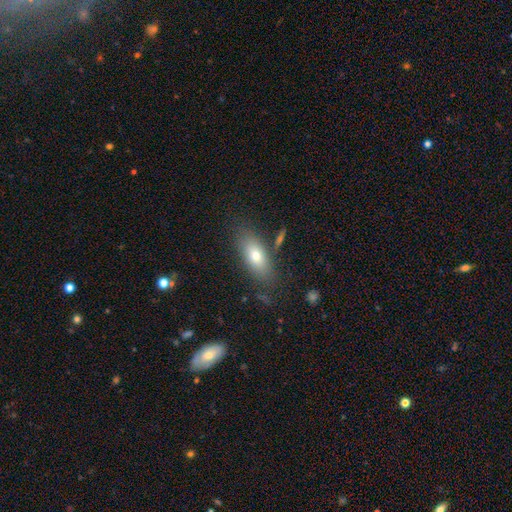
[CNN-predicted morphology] A smooth galaxy with no disk features (72%) that is in between round and cigar-shaped (80%).

Vote fractions:
- Smooth or featured? smooth: 72% / featured or disk: 19% / star or artifact: 8%
- How rounded? in between: 80% / cigar-shaped: 15% / round: 5%
- Merging? none: 77% / minor disturbance: 14% / major disturbance: 5% / merger: 5%